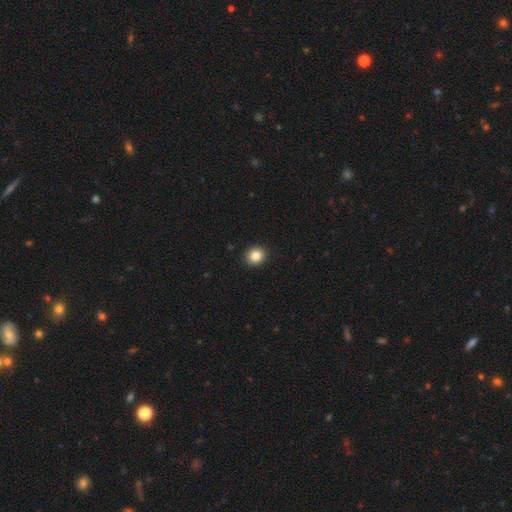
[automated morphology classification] Smooth or featured? Predicted: smooth (p=0.86). How rounded? Predicted: round (p=0.80). Merging? Predicted: none (p=0.92).